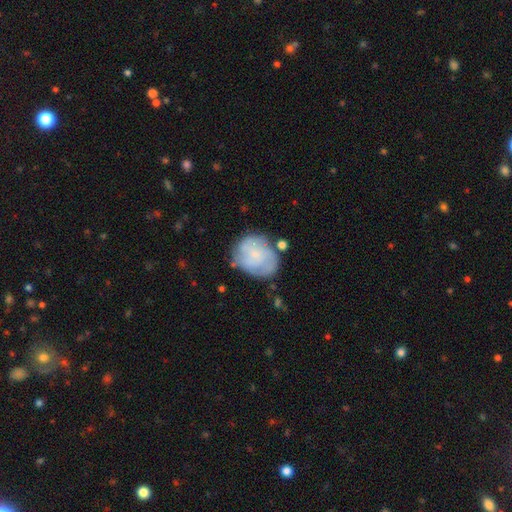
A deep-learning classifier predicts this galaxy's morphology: This appears to be a featured or disk galaxy (50%). Merging: none (59%).